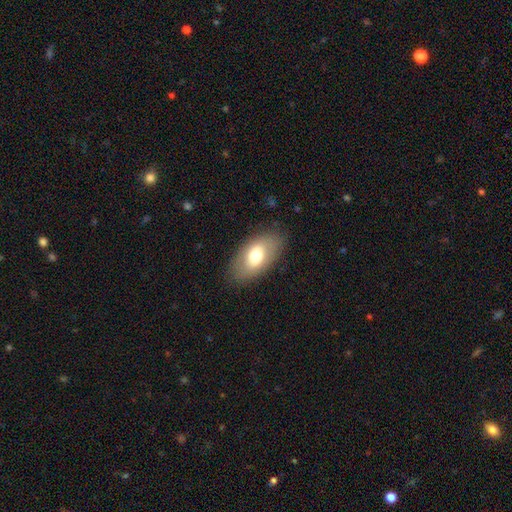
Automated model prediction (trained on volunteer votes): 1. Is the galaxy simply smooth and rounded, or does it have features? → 68% smooth, 25% featured or disk, 7% star or artifact.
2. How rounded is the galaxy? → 93% in between, 4% round, 3% cigar-shaped.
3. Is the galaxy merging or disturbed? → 82% none, 12% minor disturbance, 4% major disturbance, 1% merger.